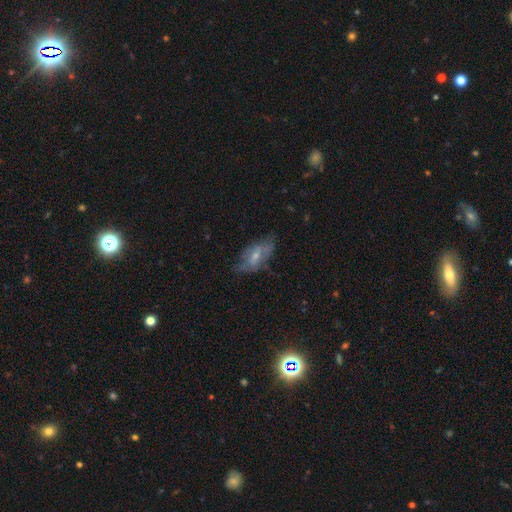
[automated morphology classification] Q: Smooth or featured?
A: featured or disk (53%); runner-up: smooth (38%)
Q: Edge-on disk?
A: no (88%); runner-up: yes (12%)
Q: Merging?
A: none (53%); runner-up: minor disturbance (28%)